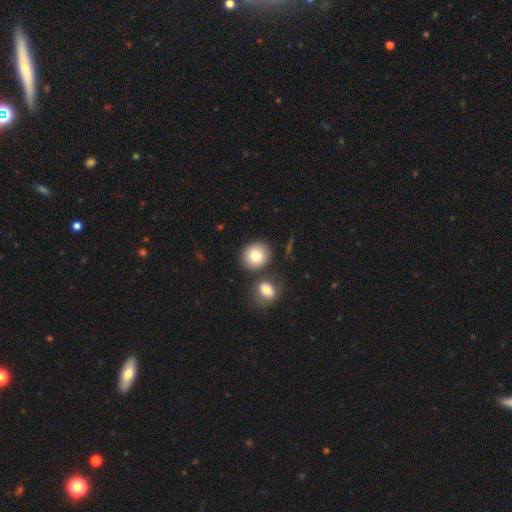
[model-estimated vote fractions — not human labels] smooth_or_featured: smooth (p=0.78) [alt: featured or disk p=0.12]
how_rounded: round (p=0.84) [alt: in between p=0.15]
merging: none (p=0.76) [alt: merger p=0.13]